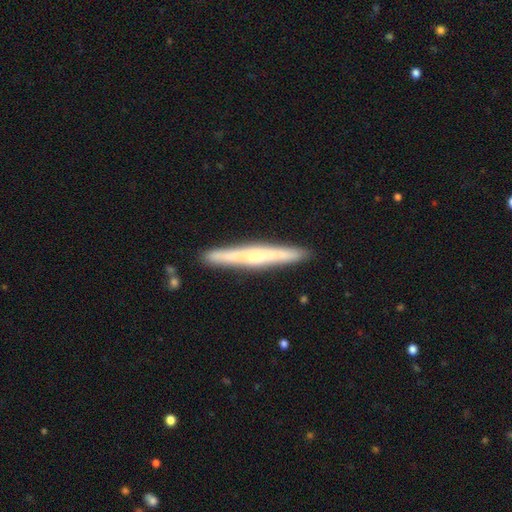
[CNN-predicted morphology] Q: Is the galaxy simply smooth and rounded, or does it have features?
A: featured or disk — 58%.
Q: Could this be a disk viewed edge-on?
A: yes — 96%.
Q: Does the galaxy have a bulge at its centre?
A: rounded — 45%.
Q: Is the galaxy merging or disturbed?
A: none — 90%.